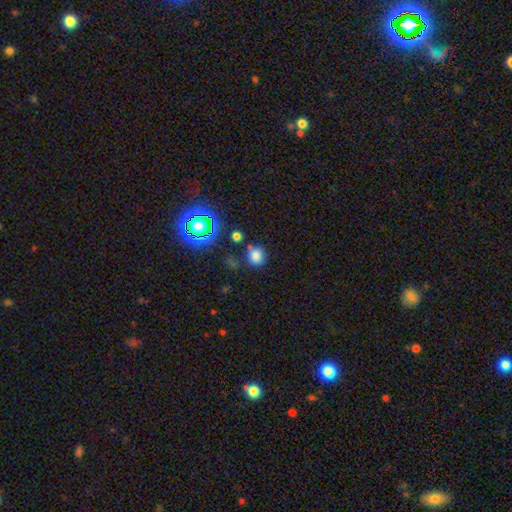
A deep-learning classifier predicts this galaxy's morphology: smooth 75%, star or artifact 19%, featured or disk 6%. Down the decision tree: how rounded — round (82%); merging — none (73%).